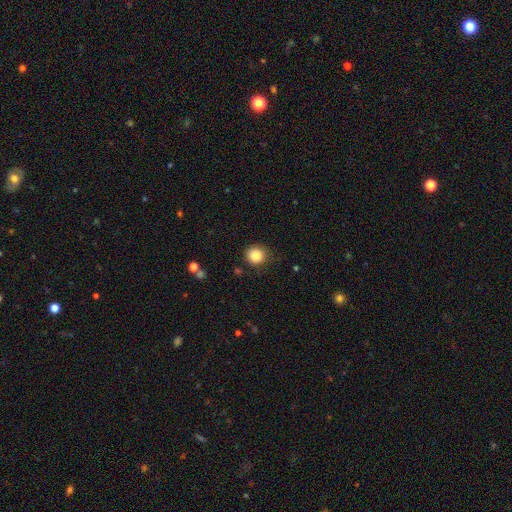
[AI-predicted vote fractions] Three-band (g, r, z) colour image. It shows a smooth galaxy with no disk features (86%) that is round (89%). Merging: none (82%).